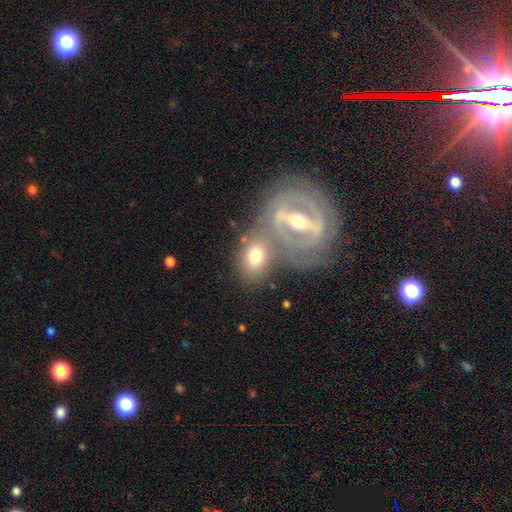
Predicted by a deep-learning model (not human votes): This is possibly a smooth galaxy (48%). Merging: marginally none (44%).